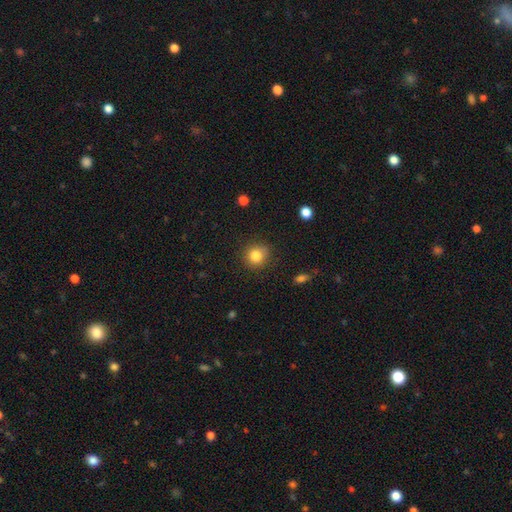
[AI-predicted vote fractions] This appears to be a smooth galaxy with no disk features (84%) that is round (87%). Merging: none (83%).